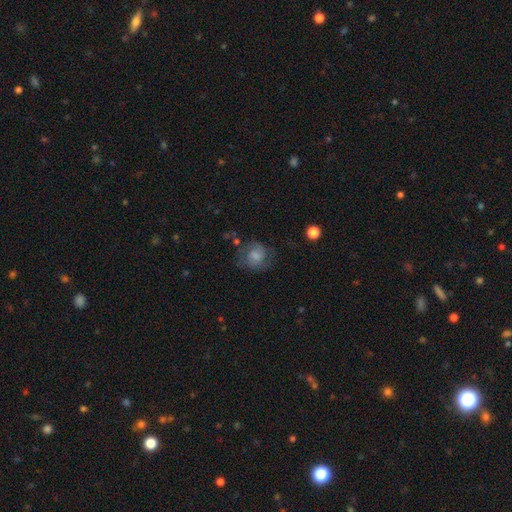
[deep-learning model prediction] A smooth galaxy with no disk features (53%) that is round (74%).

Vote fractions:
- Smooth or featured? smooth: 53% / featured or disk: 38% / star or artifact: 9%
- How rounded? round: 74% / in between: 25% / cigar-shaped: 1%
- Merging? none: 57% / minor disturbance: 23% / major disturbance: 17% / merger: 3%